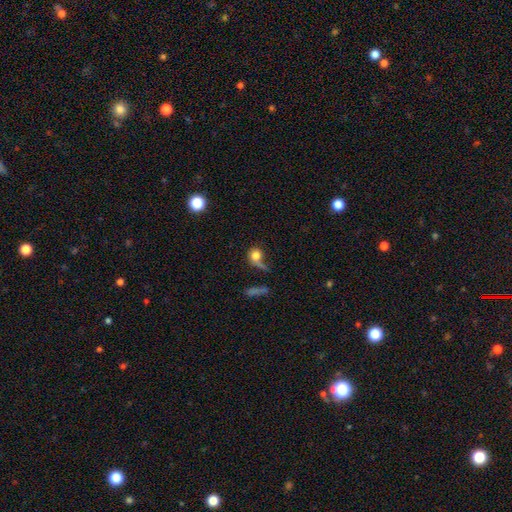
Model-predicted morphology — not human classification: The model was most divided on "merging" (2-way tie): major disturbance: 34%, none: 34%, minor disturbance: 18%, merger: 14%. More confident: how rounded — round (72%); smooth or featured — smooth (69%).